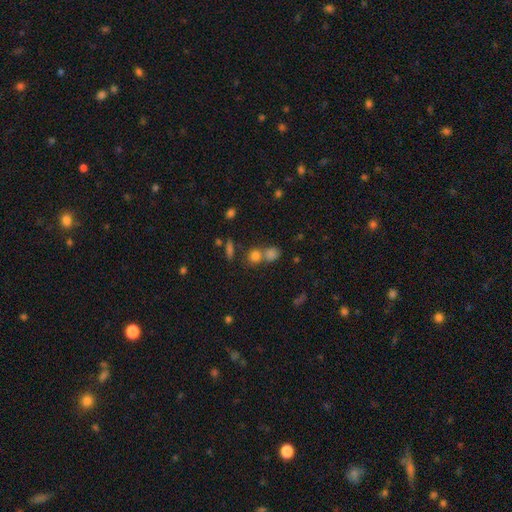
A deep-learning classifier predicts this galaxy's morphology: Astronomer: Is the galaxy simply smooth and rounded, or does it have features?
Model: smooth — 76%.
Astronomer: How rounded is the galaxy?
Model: round — 71%.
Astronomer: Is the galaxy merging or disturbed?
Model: none — 49% (runner-up: merger, 39%).